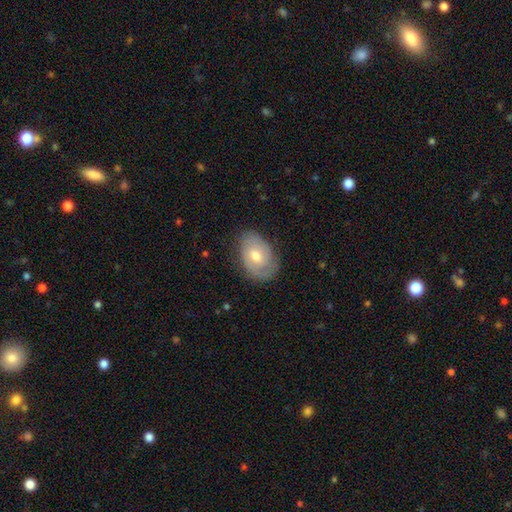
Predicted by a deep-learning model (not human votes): Smooth or featured: featured or disk — 49% (smooth — 44%)
Merging: none — 74% (minor disturbance — 19%)